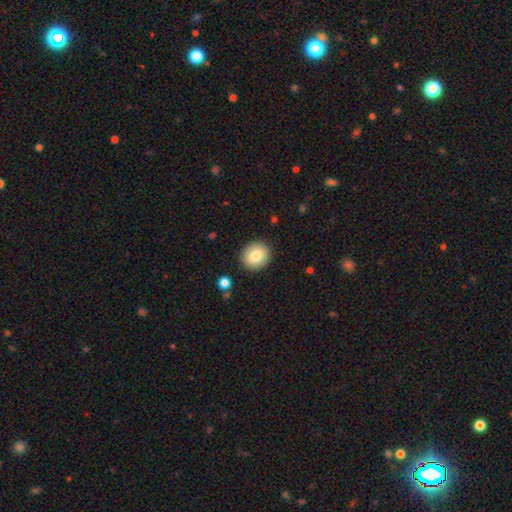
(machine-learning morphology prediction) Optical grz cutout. It shows a smooth galaxy with no disk features (83%) that is round (75%). Merging: none (90%).